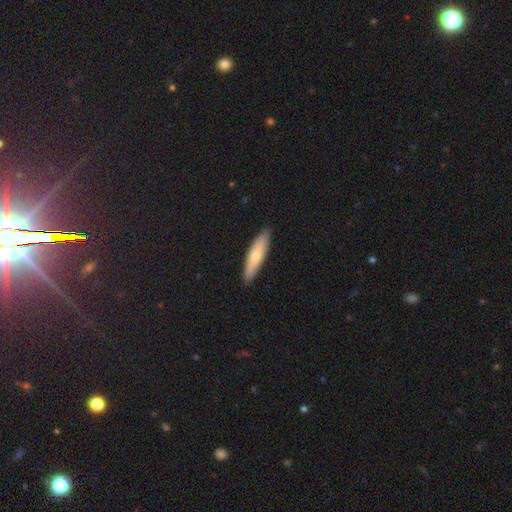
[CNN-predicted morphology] Smooth or featured?
  - smooth: 68% *
  - featured or disk: 27%
  - star or artifact: 5%
How rounded?
  - cigar-shaped: 77% *
  - in between: 22%
  - round: 2%
Merging?
  - none: 89% *
  - minor disturbance: 8%
  - major disturbance: 2%
  - merger: 1%